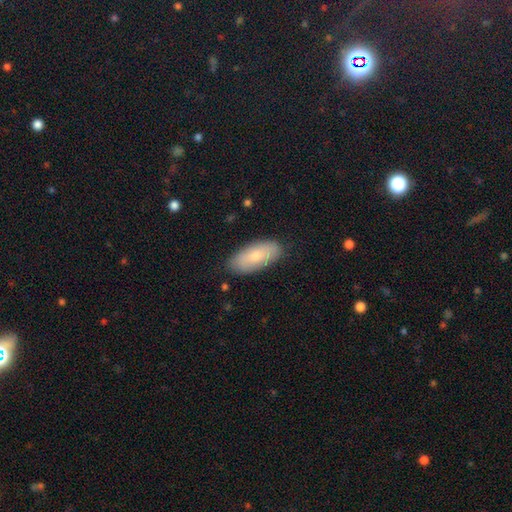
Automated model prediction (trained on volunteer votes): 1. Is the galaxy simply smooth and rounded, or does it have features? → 76% smooth, 18% featured or disk, 6% star or artifact.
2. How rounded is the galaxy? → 88% in between, 10% cigar-shaped, 2% round.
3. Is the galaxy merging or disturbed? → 84% none, 13% minor disturbance, 2% major disturbance, 1% merger.